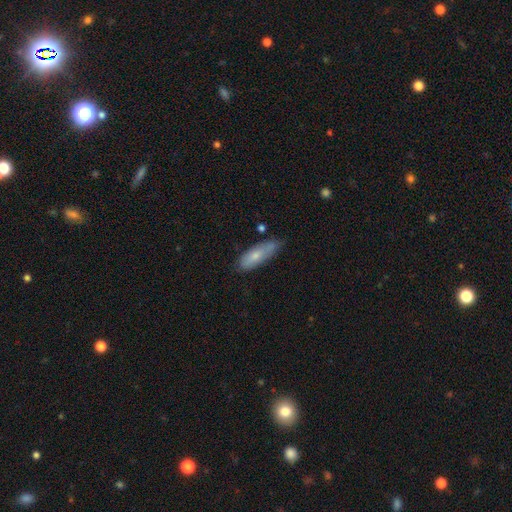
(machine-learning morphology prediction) Smooth or featured?
  - smooth: 73% *
  - featured or disk: 21%
  - star or artifact: 6%
How rounded?
  - in between: 58% *
  - cigar-shaped: 40%
  - round: 2%
Merging?
  - none: 62% *
  - minor disturbance: 29%
  - major disturbance: 5%
  - merger: 4%